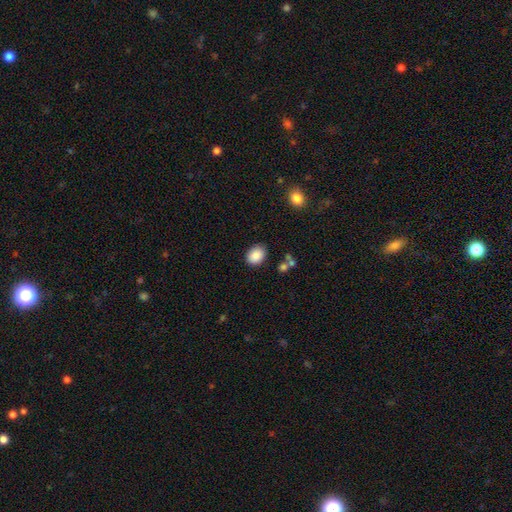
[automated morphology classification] Q: Smooth or featured?
A: smooth (88%); runner-up: star or artifact (8%)
Q: How rounded?
A: in between (63%); runner-up: round (36%)
Q: Merging?
A: none (84%); runner-up: minor disturbance (11%)